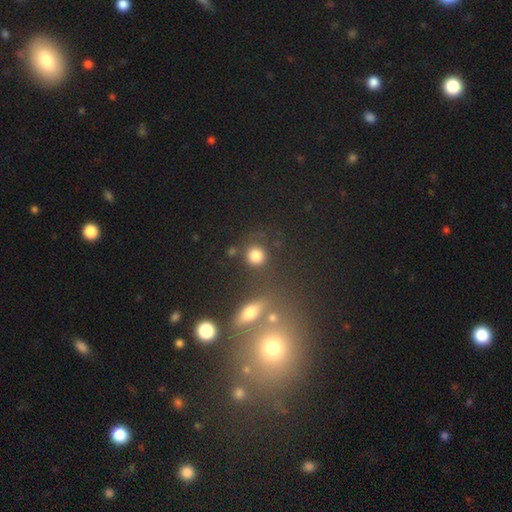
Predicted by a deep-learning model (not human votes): A smooth galaxy with no disk features (82%) that is round (88%).

Vote fractions:
- Smooth or featured? smooth: 82% / star or artifact: 12% / featured or disk: 6%
- How rounded? round: 88% / in between: 11% / cigar-shaped: 1%
- Merging? none: 75% / minor disturbance: 11% / merger: 9% / major disturbance: 5%